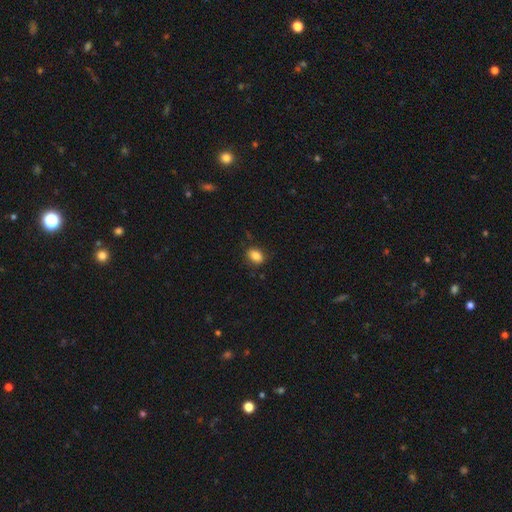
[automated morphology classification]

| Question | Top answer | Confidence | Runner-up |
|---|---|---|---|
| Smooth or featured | smooth | 85% | star or artifact (9%) |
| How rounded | in between | 72% | round (27%) |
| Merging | none | 83% | minor disturbance (12%) |